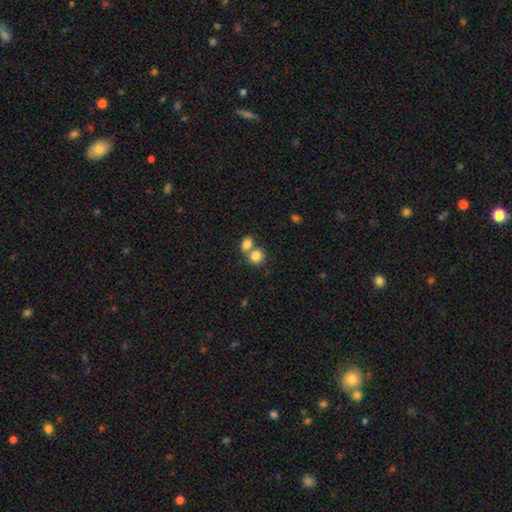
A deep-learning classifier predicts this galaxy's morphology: Smooth or featured?
  - smooth: 83% *
  - star or artifact: 9%
  - featured or disk: 8%
How rounded?
  - round: 74% *
  - in between: 24%
  - cigar-shaped: 1%
Merging?
  - merger: 50% *
  - none: 40%
  - minor disturbance: 7%
  - major disturbance: 3%